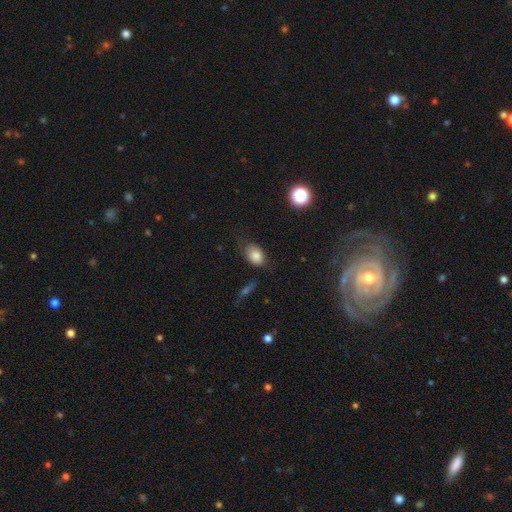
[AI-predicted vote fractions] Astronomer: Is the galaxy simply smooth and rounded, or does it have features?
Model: smooth — 81%.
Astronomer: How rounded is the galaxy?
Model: in between — 80%.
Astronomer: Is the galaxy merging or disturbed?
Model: none — 61%.